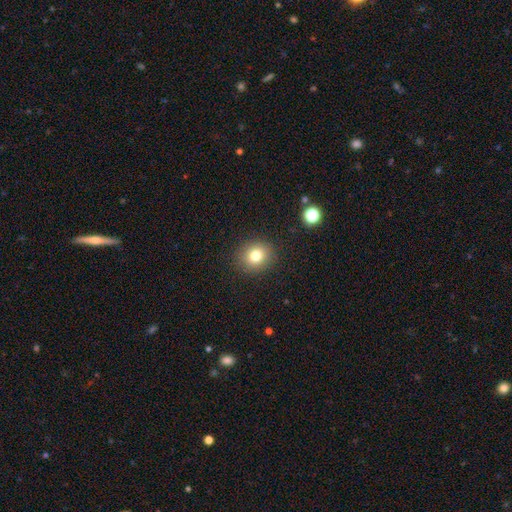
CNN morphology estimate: This appears to be a smooth galaxy with no disk features (78%) that is round (78%). Merging: none (89%).